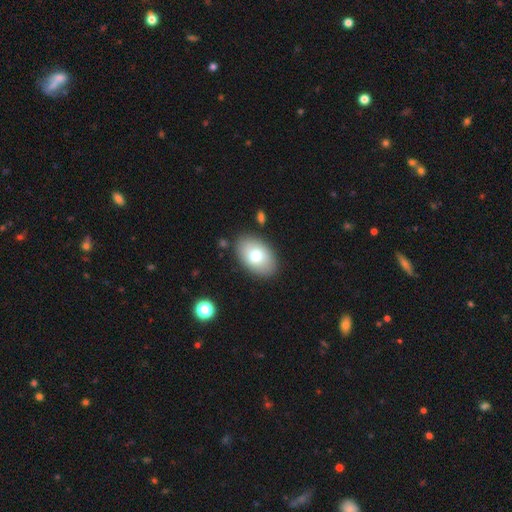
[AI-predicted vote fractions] Overall: smooth (75%). How rounded: in between (90%). Merging: none (86%).